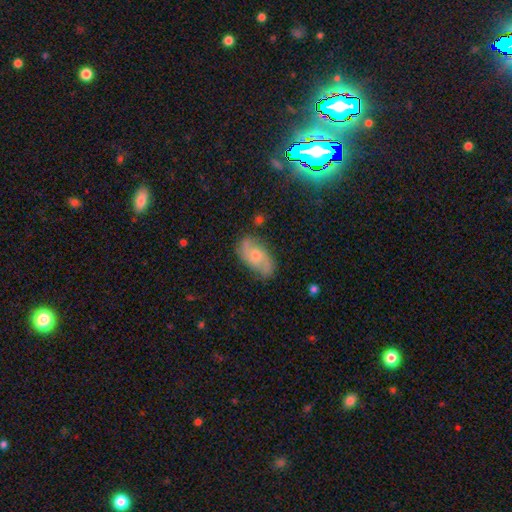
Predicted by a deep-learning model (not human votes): Smooth or featured: featured or disk — 58% (smooth — 35%)
Edge-on disk: no — 94% (yes — 6%)
Bar: no — 66% (weak — 29%)
Spiral arms: yes — 88% (no — 12%)
Bulge size: small — 50% (moderate — 40%)
Merging: none — 72% (minor disturbance — 20%)